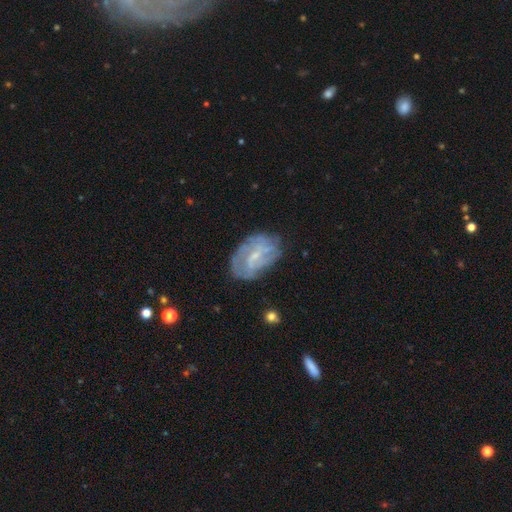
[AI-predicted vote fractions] This appears to be a featured or disk galaxy (74%) with a weak bar (52%), tight (42%) spiral arms (80%) and a small central bulge (65%). Merging: none (64%).